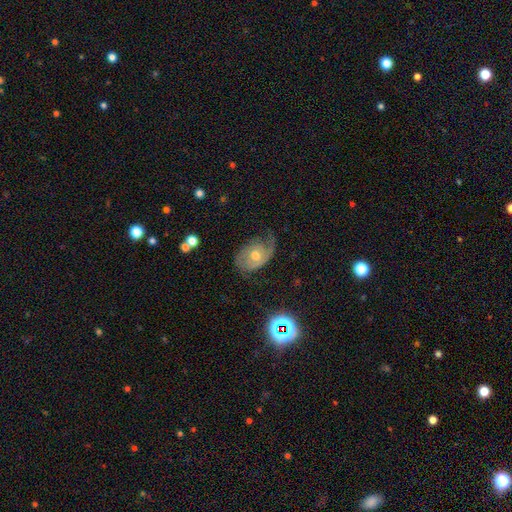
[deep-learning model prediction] Smooth or featured?
  - featured or disk: 66% *
  - smooth: 24%
  - star or artifact: 10%
Edge-on disk?
  - no: 95% *
  - yes: 5%
Bar?
  - no: 74% *
  - weak: 22%
  - strong: 4%
Spiral arms?
  - yes: 82% *
  - no: 18%
Spiral winding?
  - tight: 39% *
  - medium: 36%
  - loose: 25%
Spiral arm count?
  - 1: 44% *
  - 2: 31%
  - can't tell: 19%
  - 3: 3%
  - 4: 1%
  - more than 4: 1%
Bulge size?
  - moderate: 65% *
  - small: 29%
  - large: 4%
  - none: 1%
  - dominant: 1%
Merging?
  - none: 45% *
  - minor disturbance: 30%
  - major disturbance: 23%
  - merger: 2%